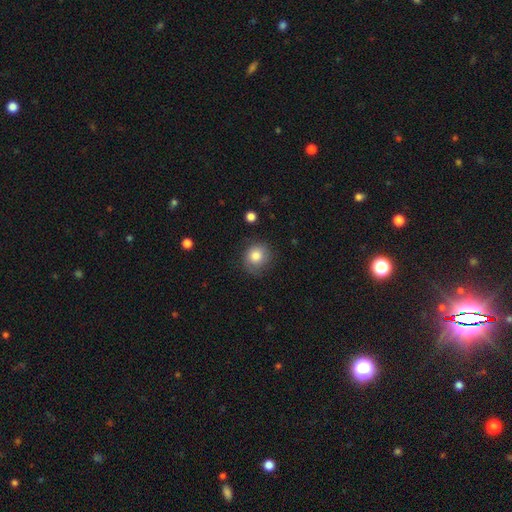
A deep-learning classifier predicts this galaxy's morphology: This appears to be a smooth galaxy with no disk features (81%) that is round (86%). Merging: none (72%).